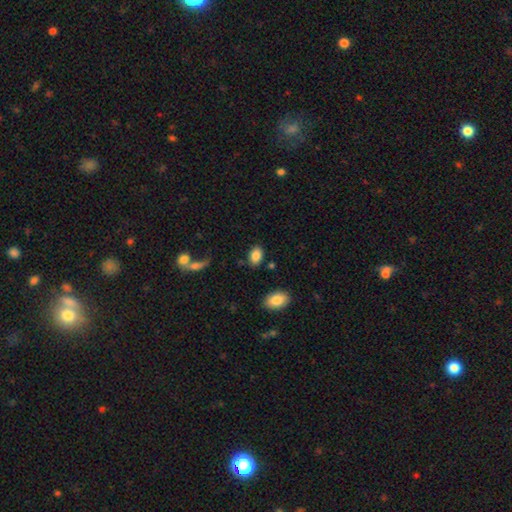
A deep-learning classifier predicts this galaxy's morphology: This is clearly a smooth galaxy (86%). How rounded: clearly in between (86%). Merging: clearly none (82%).